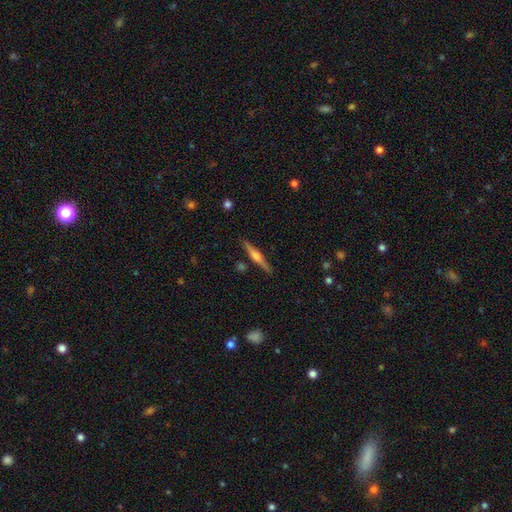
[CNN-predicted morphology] smooth-or-featured: featured or disk: 67% | smooth: 27% | star or artifact: 6%
  disk-edge-on: yes: 98% | no: 2%
    edge-on-bulge: rounded: 79% | boxy: 14% | none: 7%
  merging: none: 88% | minor disturbance: 8% | merger: 2% | major disturbance: 2%